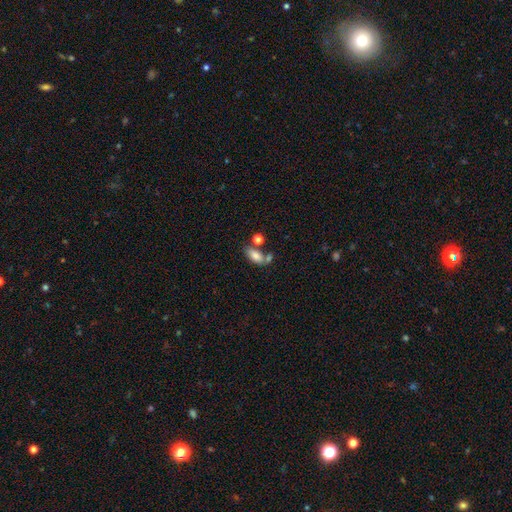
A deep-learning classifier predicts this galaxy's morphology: This is clearly a smooth galaxy (81%). How rounded: clearly in between (87%). Merging: possibly none (47%).